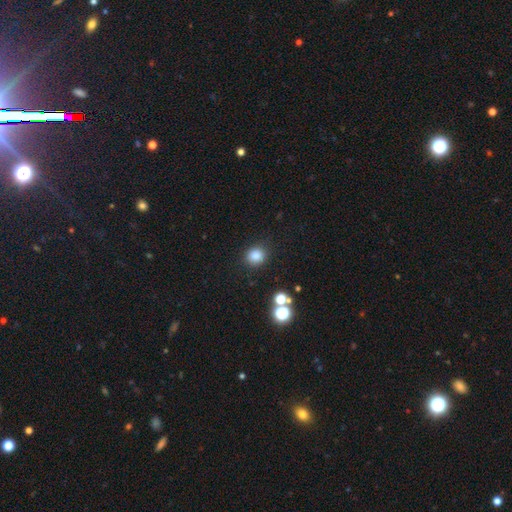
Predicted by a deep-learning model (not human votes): Q: Smooth or featured?
A: smooth (83%); runner-up: star or artifact (13%)
Q: How rounded?
A: round (80%); runner-up: in between (19%)
Q: Merging?
A: none (86%); runner-up: minor disturbance (9%)